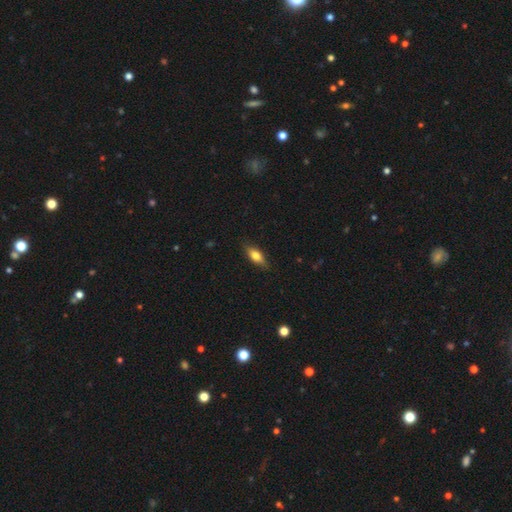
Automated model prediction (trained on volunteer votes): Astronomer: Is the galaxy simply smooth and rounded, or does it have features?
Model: smooth — 68%.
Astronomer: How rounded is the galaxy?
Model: in between — 68%.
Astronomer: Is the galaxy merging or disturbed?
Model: none — 84%.